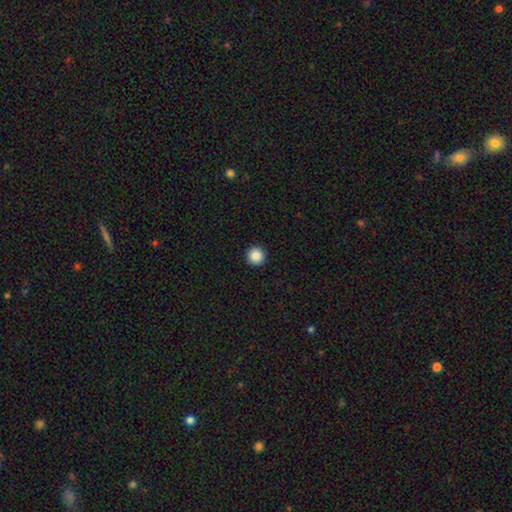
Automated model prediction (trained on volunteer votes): smooth-or-featured: smooth: 87% | star or artifact: 10% | featured or disk: 3%
  how-rounded: round: 96% | in between: 3% | cigar-shaped: 1%
  merging: none: 94% | minor disturbance: 4% | major disturbance: 1% | merger: 1%